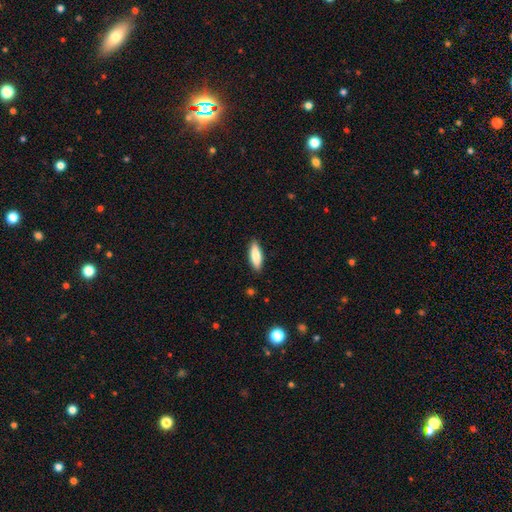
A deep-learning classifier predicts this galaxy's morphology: A smooth galaxy with no disk features (83%) that is in between round and cigar-shaped (54%). Merging: none (88%).